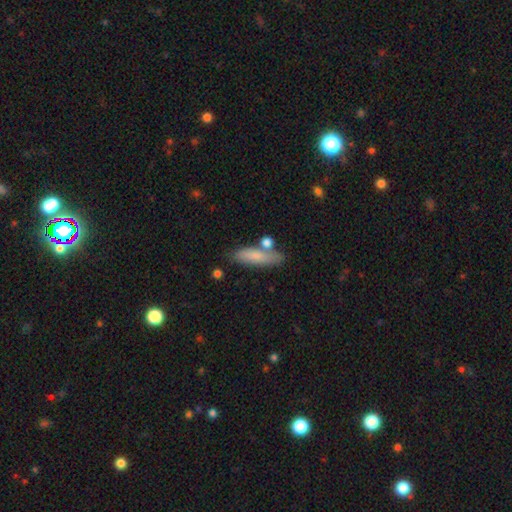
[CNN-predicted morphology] smooth 77%, featured or disk 16%, star or artifact 7%. Down the decision tree: how rounded — cigar-shaped (59%); merging — none (67%).